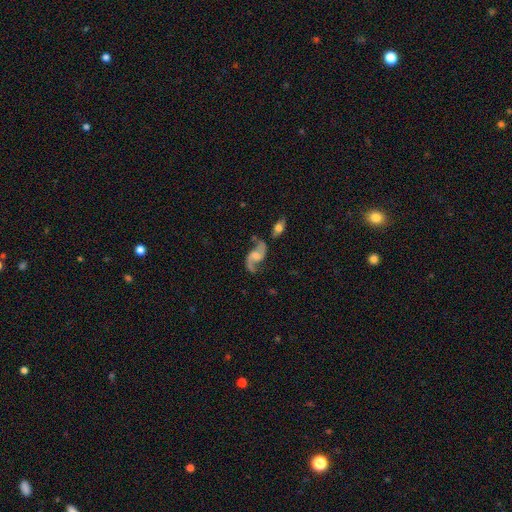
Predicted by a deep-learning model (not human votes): This is clearly a featured or disk galaxy (89%). It is clearly not viewed edge-on (97%). Bar: possibly no (48%). Spiral arm pattern: clearly yes (97%). Spiral arm count: clearly 2 (92%). Spiral winding: likely loose (64%). Central bulge: marginally moderate (42%). Merging: likely none (64%).